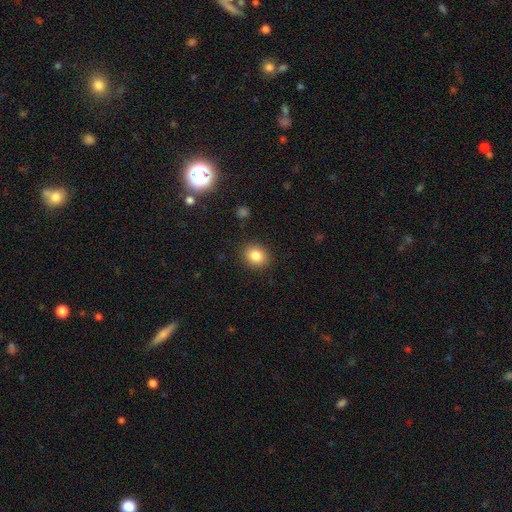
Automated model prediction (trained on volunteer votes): A smooth galaxy with no disk features (83%) that is round (63%).

Vote fractions:
- Smooth or featured? smooth: 83% / star or artifact: 10% / featured or disk: 7%
- How rounded? round: 63% / in between: 36% / cigar-shaped: 1%
- Merging? none: 89% / minor disturbance: 7% / major disturbance: 2% / merger: 1%